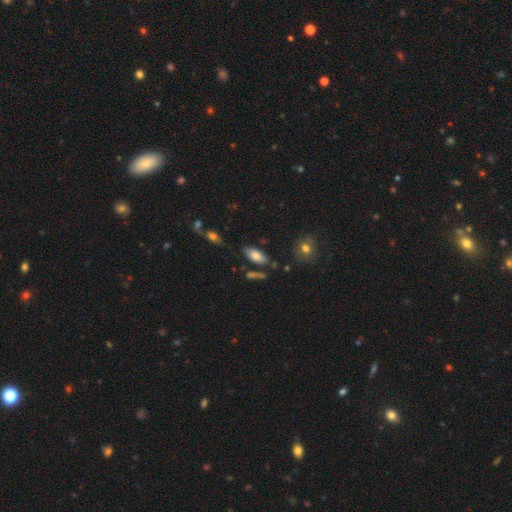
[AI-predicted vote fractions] smooth 78%, featured or disk 15%, star or artifact 7%. Down the decision tree: how rounded — in between (87%); merging — none (74%).